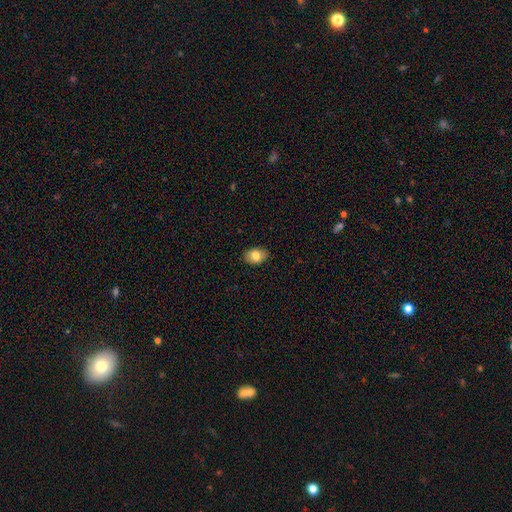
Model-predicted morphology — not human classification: Q: Smooth or featured?
A: smooth (80%); runner-up: featured or disk (12%)
Q: How rounded?
A: in between (81%); runner-up: round (18%)
Q: Merging?
A: none (88%); runner-up: minor disturbance (9%)